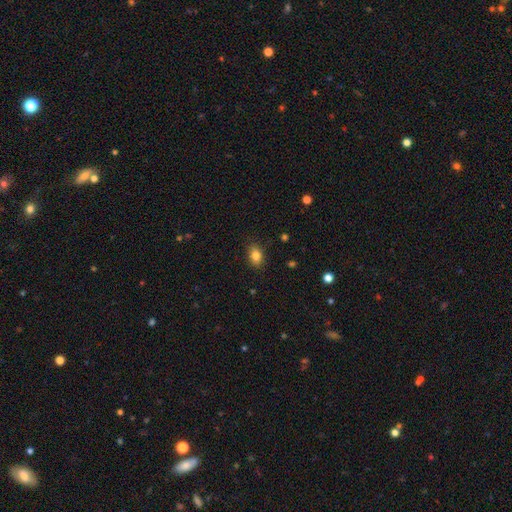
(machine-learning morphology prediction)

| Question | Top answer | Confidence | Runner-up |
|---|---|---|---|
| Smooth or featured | smooth | 83% | star or artifact (9%) |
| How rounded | in between | 79% | round (19%) |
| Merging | none | 86% | minor disturbance (10%) |